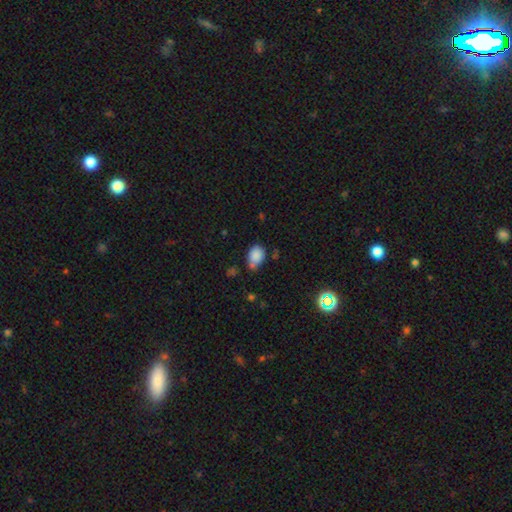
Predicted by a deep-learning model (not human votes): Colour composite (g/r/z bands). It shows a smooth galaxy with no disk features (85%) that is in between round and cigar-shaped (69%). Merging: none (57%).